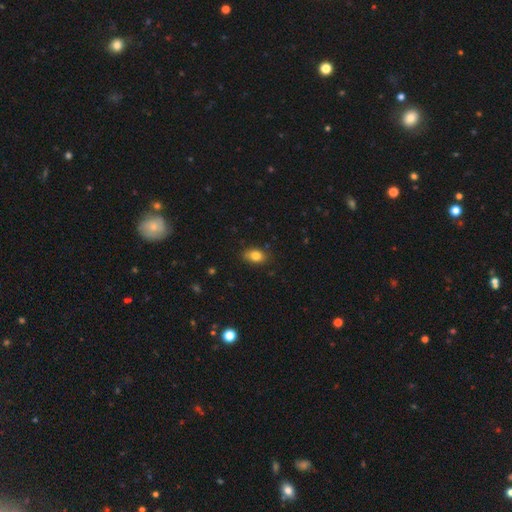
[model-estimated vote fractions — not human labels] smooth_or_featured: smooth (p=0.83) [alt: star or artifact p=0.09]
how_rounded: in between (p=0.80) [alt: round p=0.18]
merging: none (p=0.83) [alt: minor disturbance p=0.13]